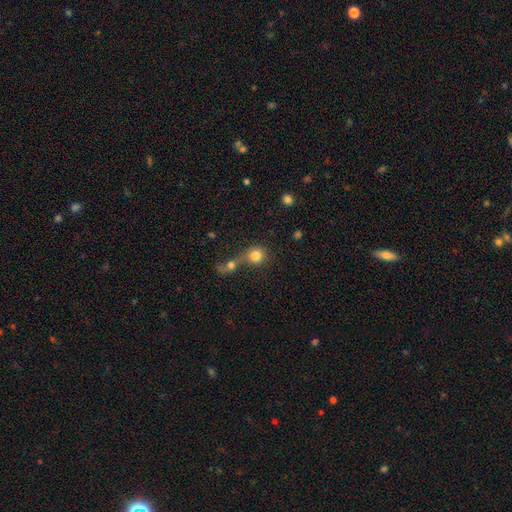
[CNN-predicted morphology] smooth-or-featured: smooth: 80% | star or artifact: 10% | featured or disk: 10%
  how-rounded: round: 84% | in between: 15% | cigar-shaped: 1%
  merging: merger: 56% | none: 31% | minor disturbance: 7% | major disturbance: 6%